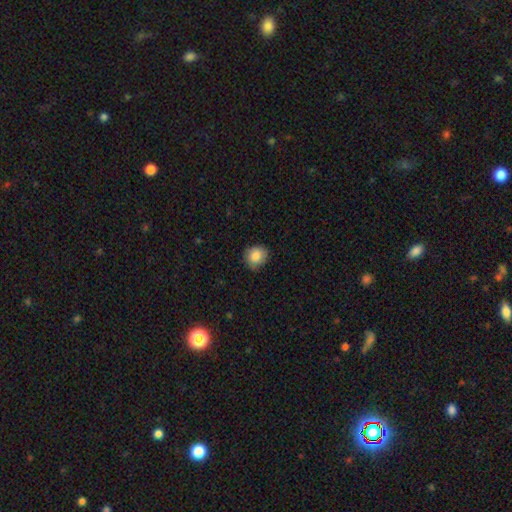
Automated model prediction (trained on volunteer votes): This appears to be a smooth galaxy with no disk features (86%) that is round (82%). Merging: none (84%).